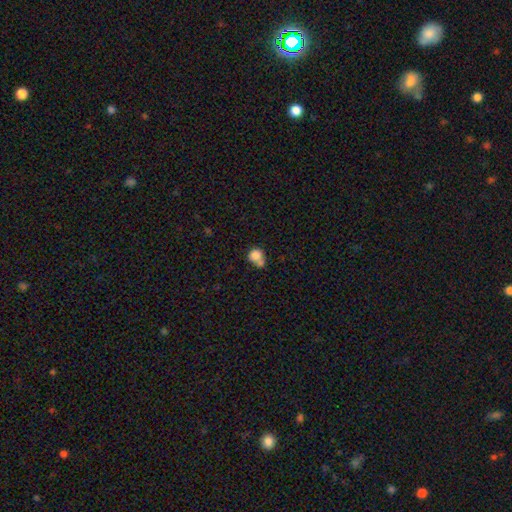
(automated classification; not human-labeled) Q: Smooth or featured?
A: smooth (81%); runner-up: star or artifact (10%)
Q: How rounded?
A: round (76%); runner-up: in between (23%)
Q: Merging?
A: merger (44%); runner-up: none (36%)